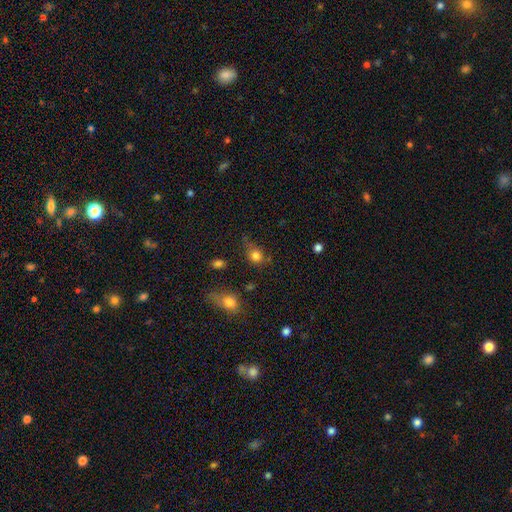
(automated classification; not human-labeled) Morphology: type=smooth (80%); roundness=round (73%); merging=none (59%).